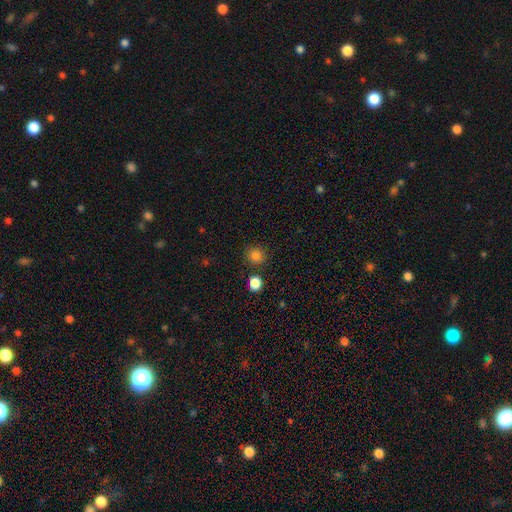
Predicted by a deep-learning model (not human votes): A smooth galaxy with no disk features (83%) that is round (88%). Merging: none (83%).